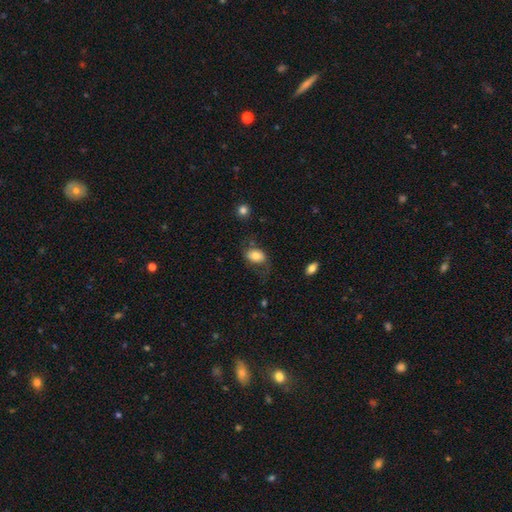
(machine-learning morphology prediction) Q: Smooth or featured?
A: smooth (73%); runner-up: featured or disk (20%)
Q: How rounded?
A: in between (85%); runner-up: round (13%)
Q: Merging?
A: none (49%); runner-up: minor disturbance (24%)